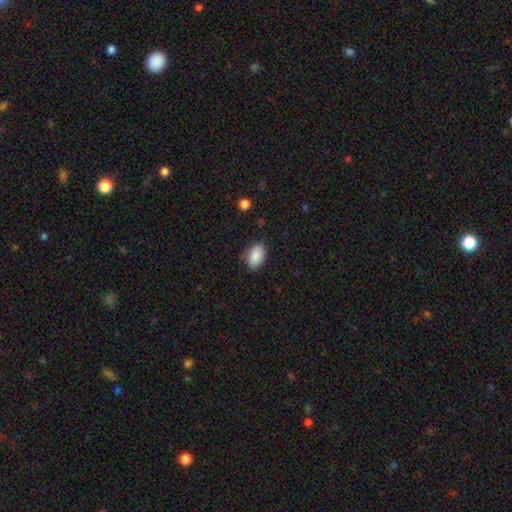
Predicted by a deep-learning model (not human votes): smooth 89%, star or artifact 7%, featured or disk 4%. Down the decision tree: how rounded — in between (91%); merging — none (81%).